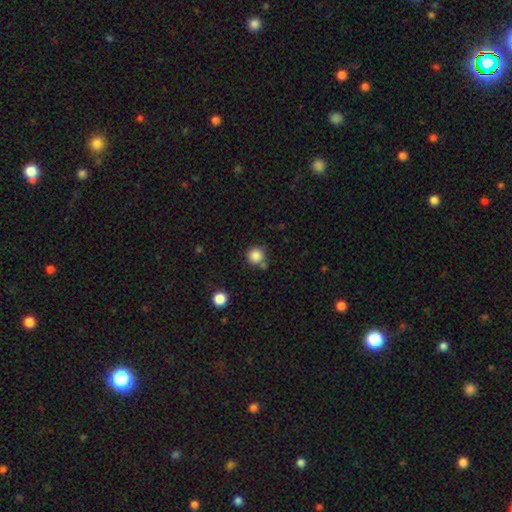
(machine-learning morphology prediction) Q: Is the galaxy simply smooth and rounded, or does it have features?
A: smooth — 85%.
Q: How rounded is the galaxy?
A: round — 94%.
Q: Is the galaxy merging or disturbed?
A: none — 75%.